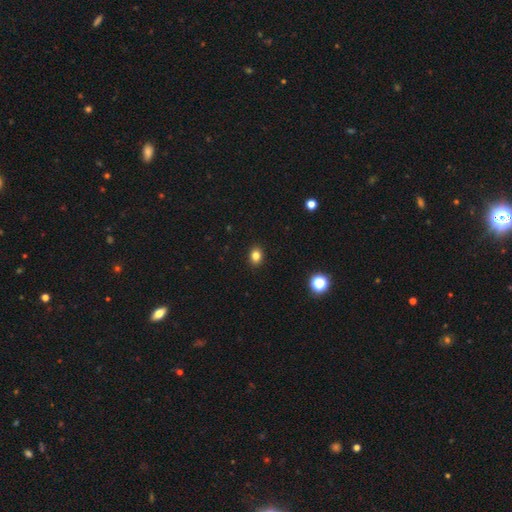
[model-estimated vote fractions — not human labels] A smooth galaxy with no disk features (82%) that is in between round and cigar-shaped (52%). Merging: none (91%).